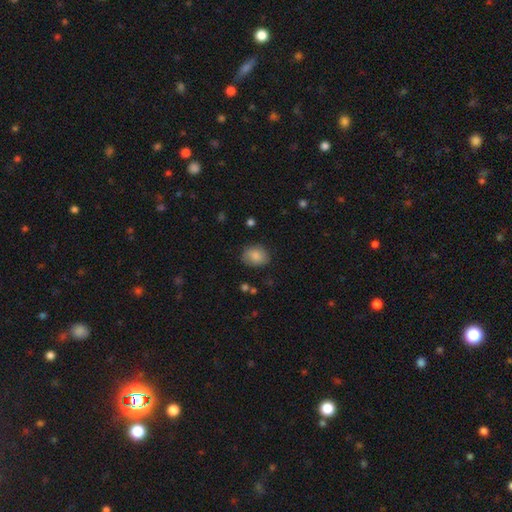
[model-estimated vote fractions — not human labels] Smooth or featured: smooth — 86% (star or artifact — 8%)
How rounded: in between — 53% (round — 46%)
Merging: none — 78% (minor disturbance — 16%)